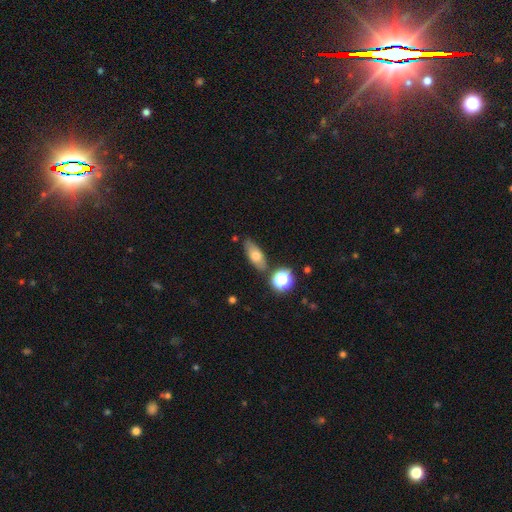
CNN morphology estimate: Smooth or featured?
  - smooth: 67% *
  - featured or disk: 22%
  - star or artifact: 11%
How rounded?
  - in between: 77% *
  - cigar-shaped: 15%
  - round: 8%
Merging?
  - none: 76% *
  - minor disturbance: 14%
  - merger: 6%
  - major disturbance: 4%